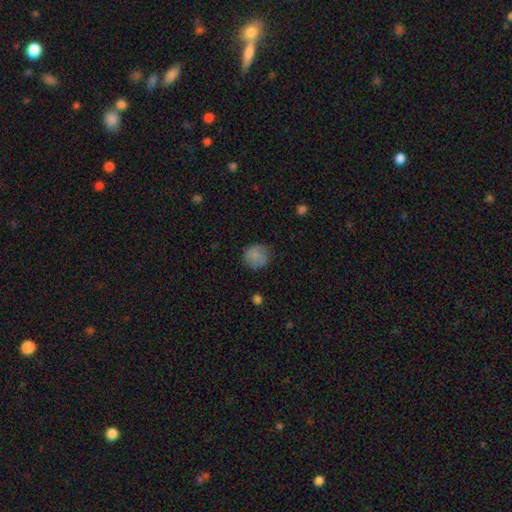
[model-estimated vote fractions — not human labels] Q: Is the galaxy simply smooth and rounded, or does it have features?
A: smooth — 84%.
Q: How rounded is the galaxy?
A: round — 89%.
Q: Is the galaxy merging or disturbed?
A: none — 76%.